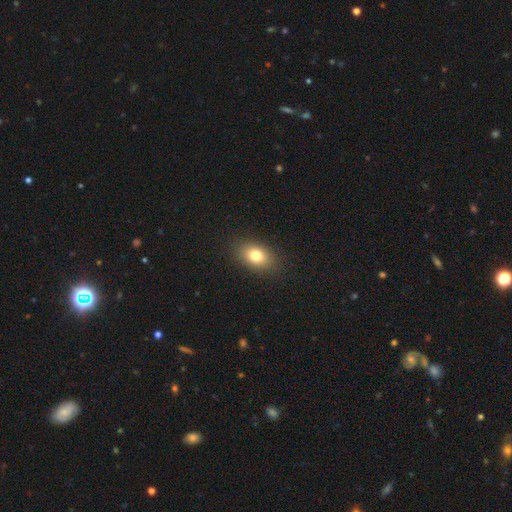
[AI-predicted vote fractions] A smooth galaxy with no disk features (79%) that is in between round and cigar-shaped (78%).

Vote fractions:
- Smooth or featured? smooth: 79% / featured or disk: 11% / star or artifact: 11%
- How rounded? in between: 78% / round: 20% / cigar-shaped: 2%
- Merging? none: 88% / minor disturbance: 9% / major disturbance: 3% / merger: 1%